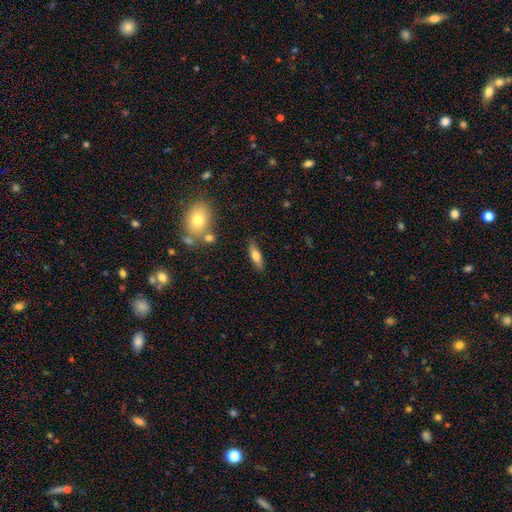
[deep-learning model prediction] Q: Smooth or featured?
A: smooth (62%); runner-up: featured or disk (31%)
Q: How rounded?
A: cigar-shaped (50%); runner-up: in between (46%)
Q: Merging?
A: none (83%); runner-up: minor disturbance (11%)